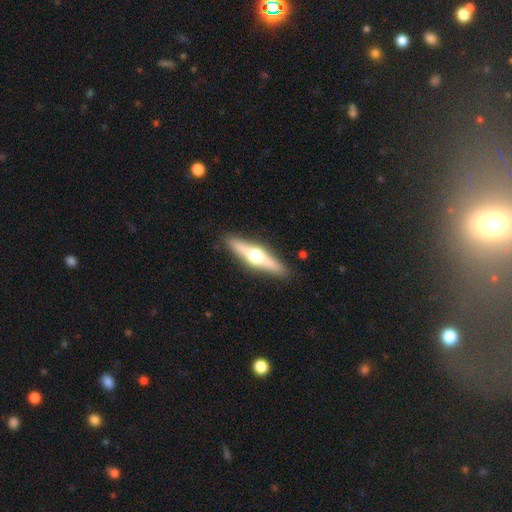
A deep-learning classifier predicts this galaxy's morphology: Smooth or featured? Predicted: featured or disk (p=0.68). Edge-on disk? Predicted: yes (p=0.96). Edge-on bulge? Predicted: rounded (p=0.96). Merging? Predicted: none (p=0.90).